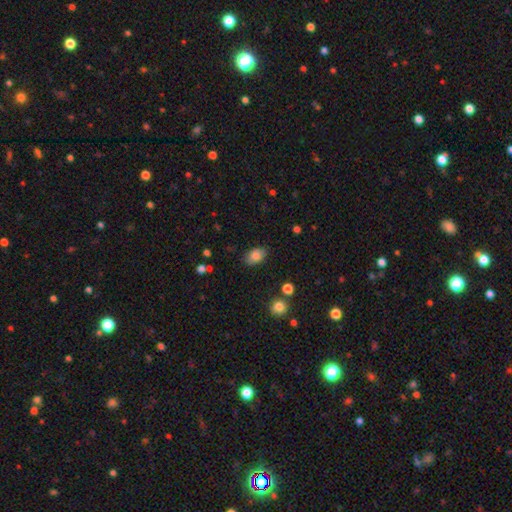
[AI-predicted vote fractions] Smooth or featured? smooth (81%)
How rounded? in between (87%)
Merging? none (83%)